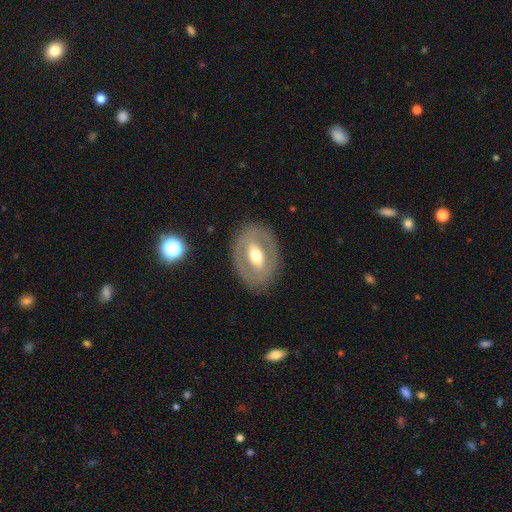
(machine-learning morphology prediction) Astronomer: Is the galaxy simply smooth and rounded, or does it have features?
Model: featured or disk — 60%.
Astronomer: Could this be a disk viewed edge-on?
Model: no — 90%.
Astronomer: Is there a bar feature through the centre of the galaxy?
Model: no — 35% (runner-up: strong, 34%).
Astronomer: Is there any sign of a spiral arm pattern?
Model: no — 84%.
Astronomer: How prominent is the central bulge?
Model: moderate — 67%.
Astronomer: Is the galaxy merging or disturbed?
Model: none — 83%.